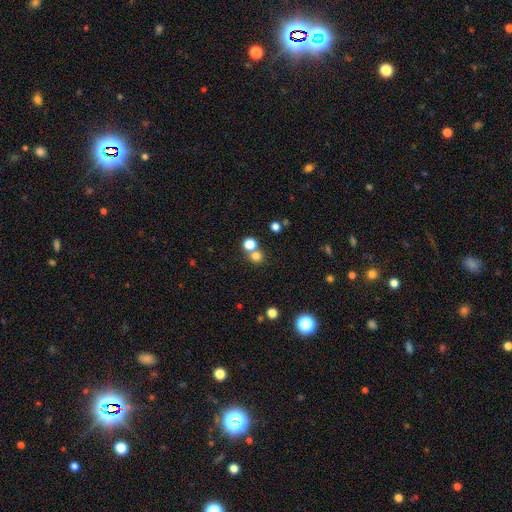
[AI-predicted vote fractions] Morphology: type=smooth (75%); roundness=round (89%); merging=none (58%).